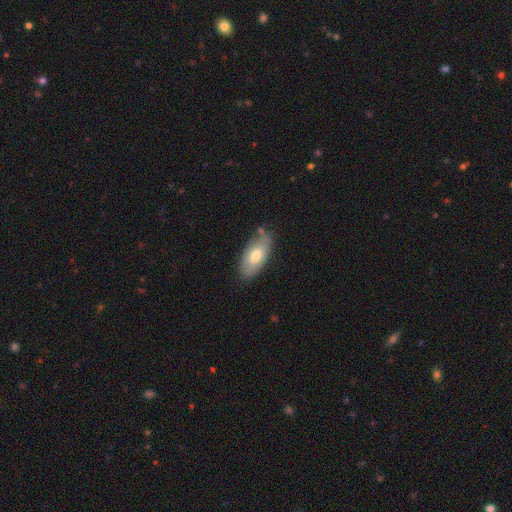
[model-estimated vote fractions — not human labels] Smooth or featured? Predicted: smooth (p=0.66). How rounded? Predicted: in between (p=0.90). Merging? Predicted: none (p=0.71).